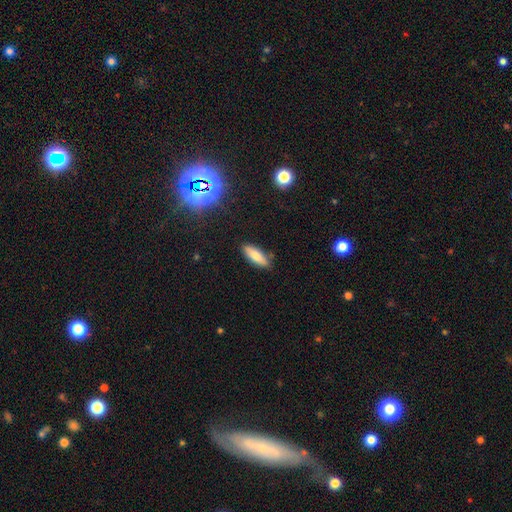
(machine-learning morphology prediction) smooth-or-featured: smooth: 77% | featured or disk: 15% | star or artifact: 8%
  how-rounded: in between: 59% | cigar-shaped: 39% | round: 2%
  merging: none: 84% | minor disturbance: 12% | major disturbance: 2% | merger: 2%